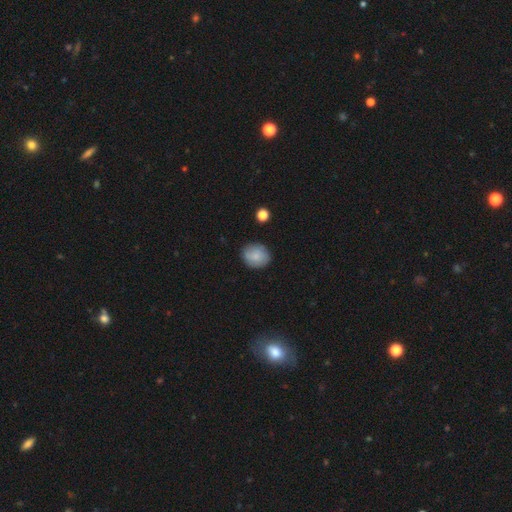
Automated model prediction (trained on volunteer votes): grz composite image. It shows a smooth galaxy with no disk features (78%) that is round (67%). Merging: none (82%).